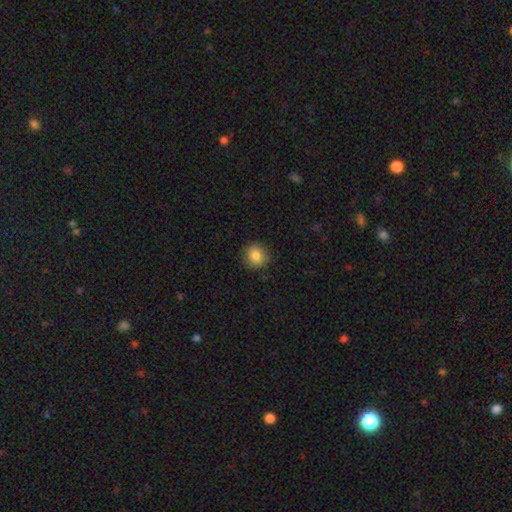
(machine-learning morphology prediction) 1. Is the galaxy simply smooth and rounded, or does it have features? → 84% smooth, 10% star or artifact, 6% featured or disk.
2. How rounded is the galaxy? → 88% round, 11% in between, 1% cigar-shaped.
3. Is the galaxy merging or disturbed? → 89% none, 8% minor disturbance, 2% major disturbance, 1% merger.